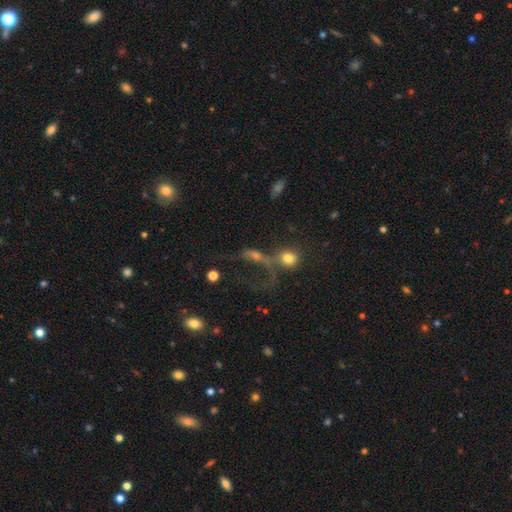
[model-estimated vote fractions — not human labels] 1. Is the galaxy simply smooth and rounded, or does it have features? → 40% smooth, 38% featured or disk, 22% star or artifact.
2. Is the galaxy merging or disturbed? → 31% merger, 30% major disturbance, 27% none, 12% minor disturbance.